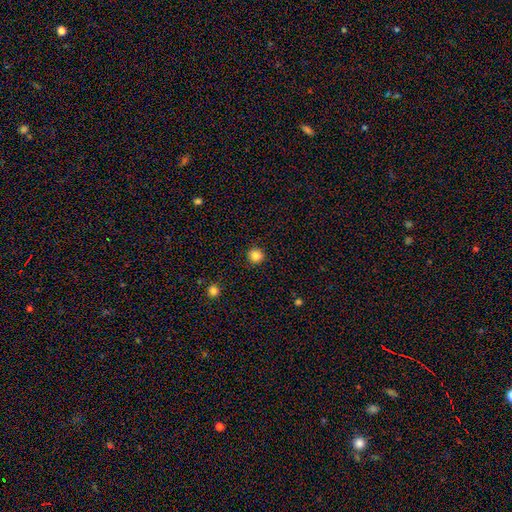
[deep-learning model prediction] Smooth or featured? smooth (85%)
How rounded? round (95%)
Merging? none (93%)